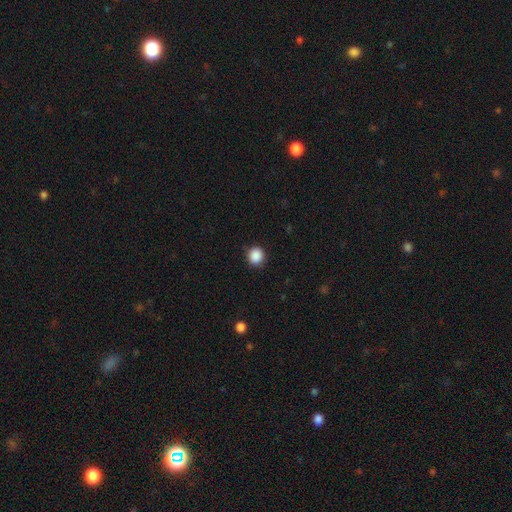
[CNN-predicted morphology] Smooth or featured?
  - smooth: 88% *
  - star or artifact: 9%
  - featured or disk: 2%
How rounded?
  - round: 88% *
  - in between: 11%
  - cigar-shaped: 1%
Merging?
  - none: 90% *
  - minor disturbance: 7%
  - major disturbance: 2%
  - merger: 1%